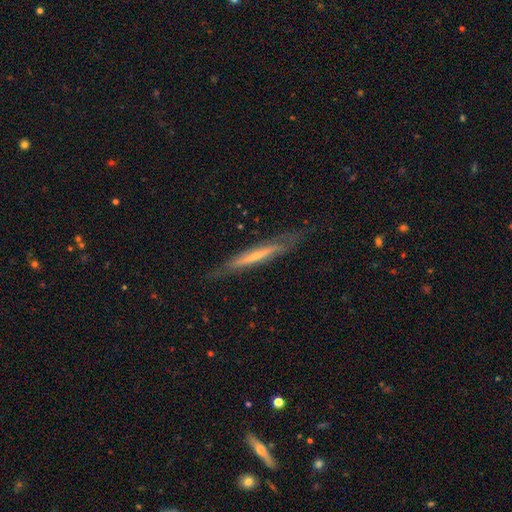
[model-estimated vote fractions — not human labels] featured or disk 67%, smooth 27%, star or artifact 6%. Down the decision tree: edge-on disk — yes (84%); edge-on bulge — rounded (51%); merging — none (78%).